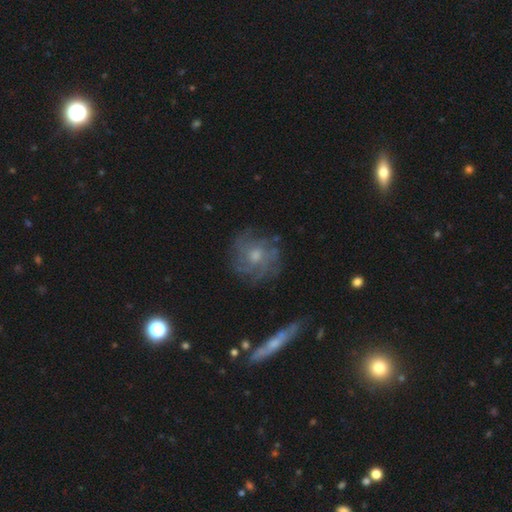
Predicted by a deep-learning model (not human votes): Smooth or featured? featured or disk (64%)
Edge-on disk? no (95%)
Bar? no (77%)
Spiral arms? yes (74%)
Bulge size? moderate (58%)
Merging? none (72%)